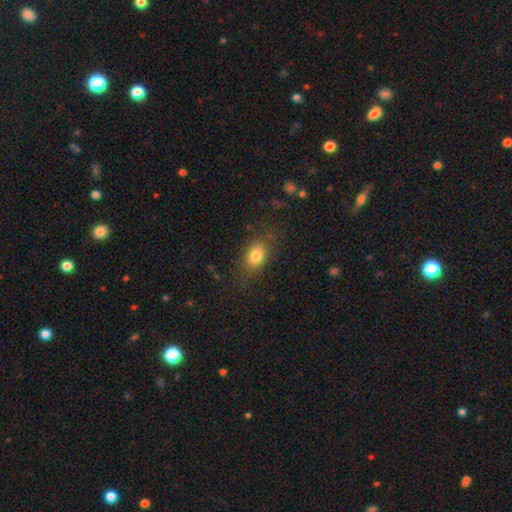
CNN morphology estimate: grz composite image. It shows a smooth galaxy with no disk features (79%) that is in between round and cigar-shaped (72%). Merging: none (77%).